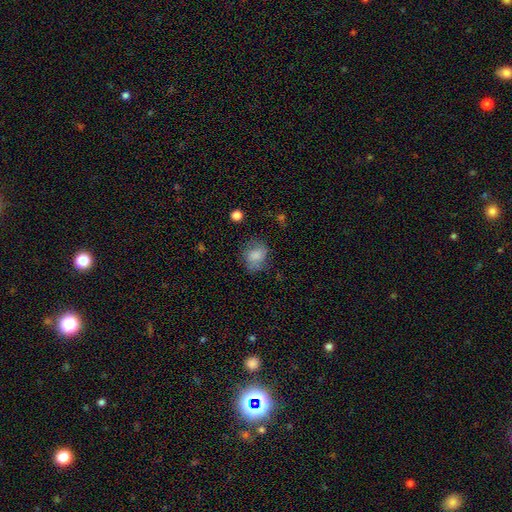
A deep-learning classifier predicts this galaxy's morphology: Smooth or featured? smooth (77%)
How rounded? round (55%)
Merging? none (62%)